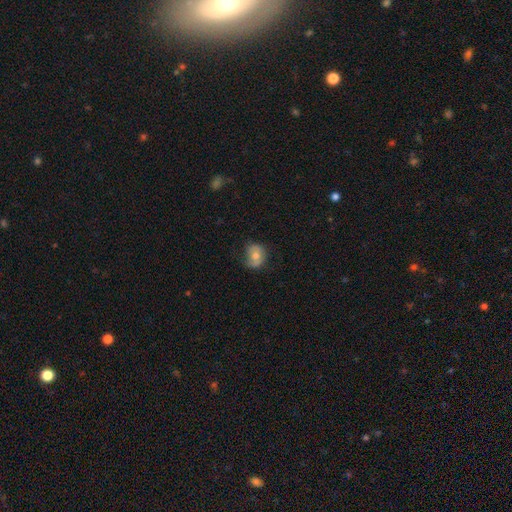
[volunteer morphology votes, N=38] This is possibly a smooth galaxy (53%). How rounded: clearly round (85%). Merging: possibly none (57%).